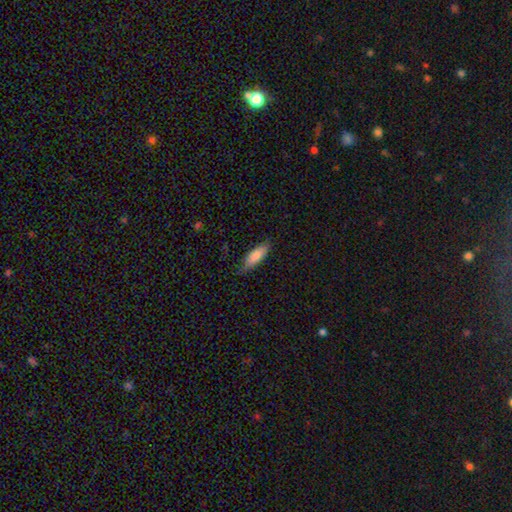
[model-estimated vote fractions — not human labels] Smooth or featured? smooth (81%)
How rounded? in between (67%)
Merging? none (72%)